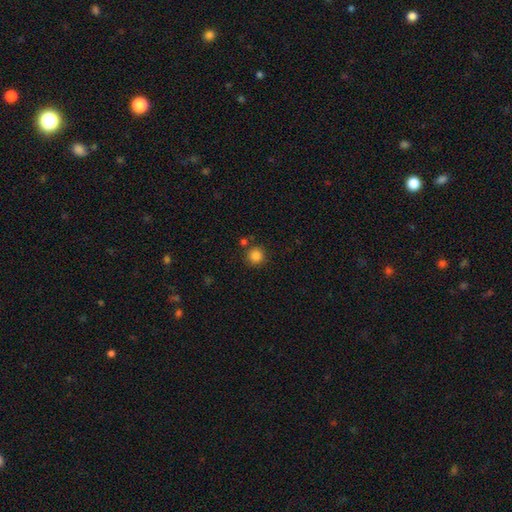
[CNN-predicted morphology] A smooth galaxy with no disk features (85%) that is round (93%). Merging: none (80%).